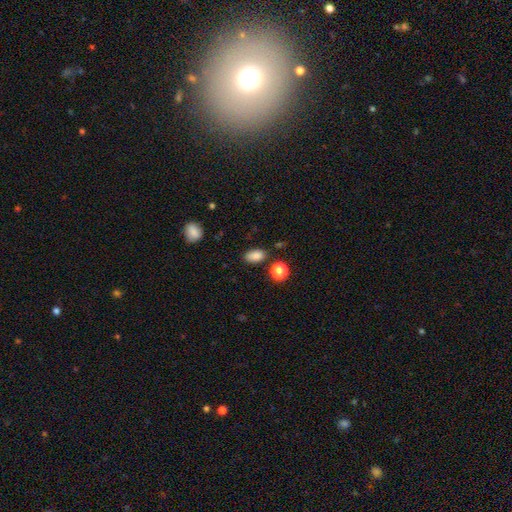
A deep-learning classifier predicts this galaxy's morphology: A smooth galaxy with no disk features (85%) that is in between round and cigar-shaped (87%). Merging: none (81%).